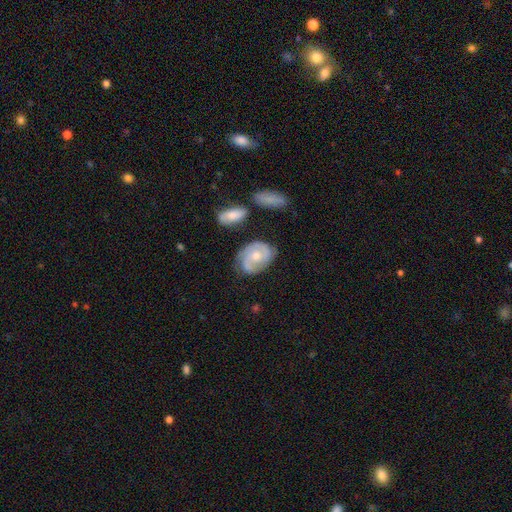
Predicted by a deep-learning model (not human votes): smooth-or-featured: featured or disk: 77% | smooth: 18% | star or artifact: 5%
  disk-edge-on: no: 97% | yes: 3%
    bar: no: 67% | weak: 28% | strong: 5%
    has-spiral-arms: yes: 93% | no: 7%
      spiral-winding: tight: 48% | medium: 40% | loose: 13%
      spiral-arm-count: 2: 67% | can't tell: 14% | 3: 8% | 1: 8% | 4: 2% | more than 4: 2%
    bulge-size: moderate: 60% | small: 35% | large: 3% | none: 2% | dominant: 1%
  merging: none: 67% | minor disturbance: 21% | major disturbance: 7% | merger: 4%